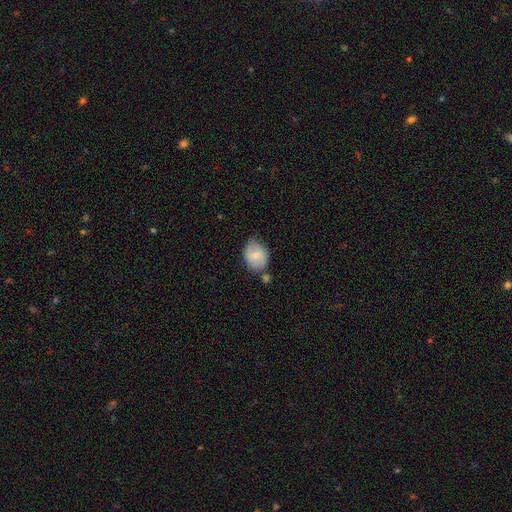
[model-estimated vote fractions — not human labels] A smooth galaxy with no disk features (73%) that is in between round and cigar-shaped (60%).

Vote fractions:
- Smooth or featured? smooth: 73% / featured or disk: 20% / star or artifact: 7%
- How rounded? in between: 60% / round: 39% / cigar-shaped: 1%
- Merging? none: 58% / minor disturbance: 25% / merger: 11% / major disturbance: 6%